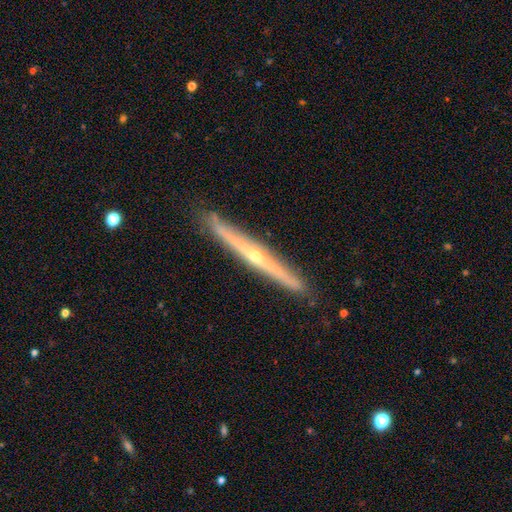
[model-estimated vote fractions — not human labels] This is clearly a featured or disk galaxy (80%). It is clearly viewed edge-on (97%). Edge-on bulge: likely rounded (78%). Merging: clearly none (90%).